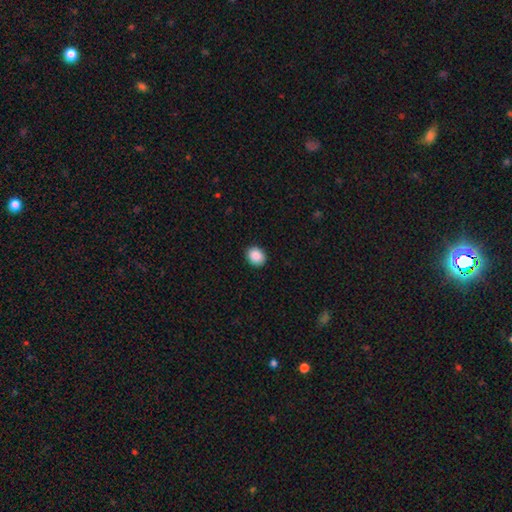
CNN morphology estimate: type=smooth (89%); roundness=round (62%); merging=none (90%).